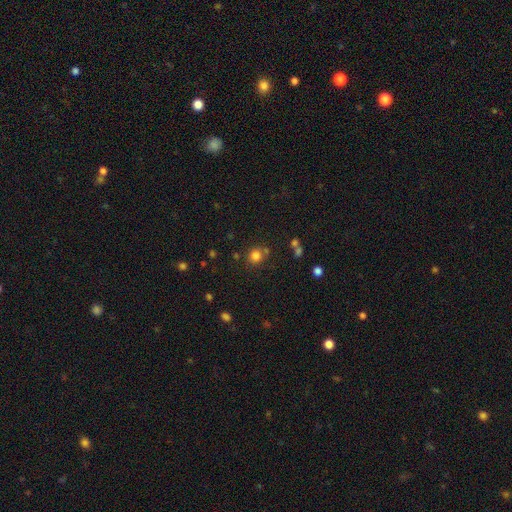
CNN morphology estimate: This is clearly a smooth galaxy (80%). How rounded: clearly round (85%). Merging: likely none (71%).